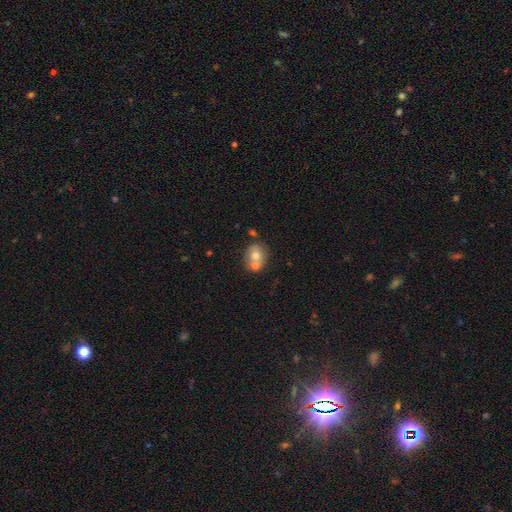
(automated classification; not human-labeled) A smooth galaxy with no disk features (64%) that is round (59%). Merging: merger (48%).